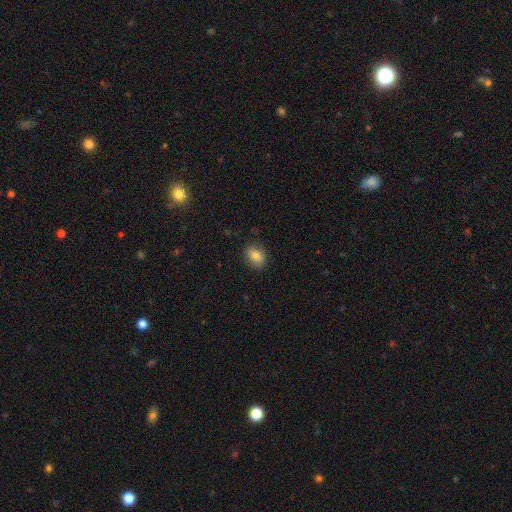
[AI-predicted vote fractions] Smooth or featured? smooth (79%)
How rounded? in between (67%)
Merging? none (84%)